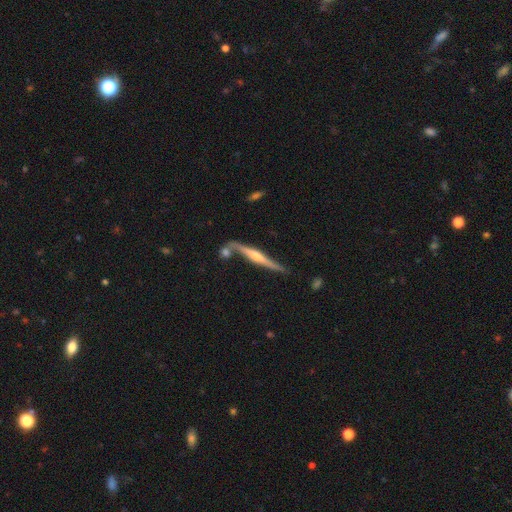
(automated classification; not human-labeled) Smooth or featured: featured or disk — 79% (smooth — 16%)
Edge-on disk: yes — 96% (no — 4%)
Edge-on bulge: rounded — 83% (none — 9%)
Merging: none — 69% (minor disturbance — 15%)